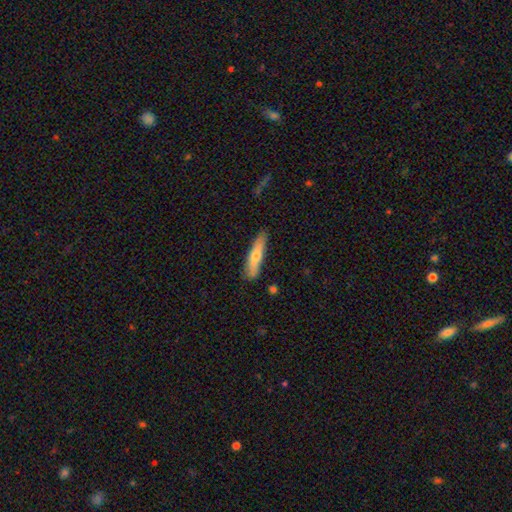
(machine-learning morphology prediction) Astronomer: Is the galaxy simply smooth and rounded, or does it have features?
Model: smooth — 68%.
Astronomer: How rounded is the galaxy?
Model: cigar-shaped — 80%.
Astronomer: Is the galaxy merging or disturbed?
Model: none — 81%.